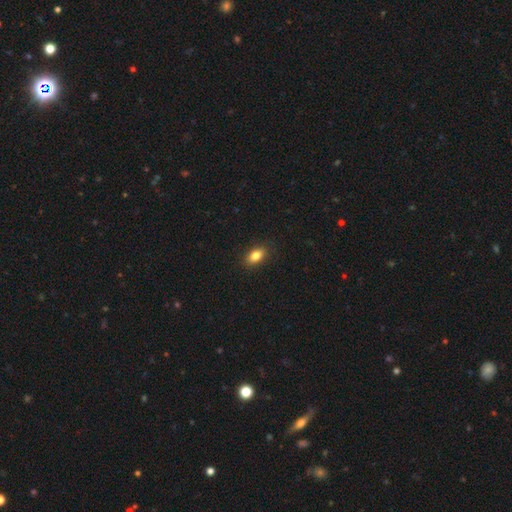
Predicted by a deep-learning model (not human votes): smooth_or_featured: smooth (p=0.84) [alt: star or artifact p=0.09]
how_rounded: in between (p=0.87) [alt: round p=0.09]
merging: none (p=0.89) [alt: minor disturbance p=0.08]